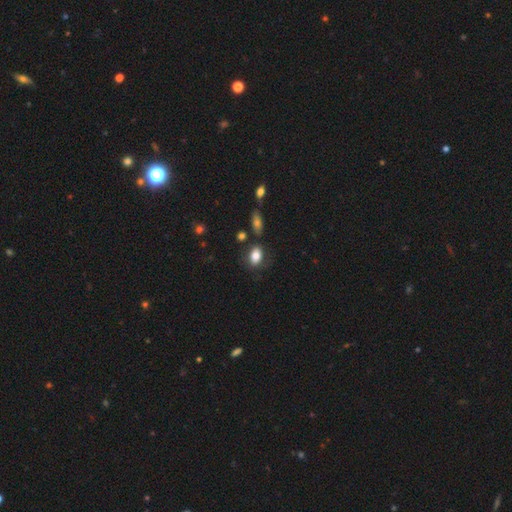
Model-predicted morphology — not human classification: smooth-or-featured: smooth: 81% | featured or disk: 11% | star or artifact: 8%
  how-rounded: in between: 83% | round: 15% | cigar-shaped: 2%
  merging: none: 70% | minor disturbance: 17% | merger: 7% | major disturbance: 6%